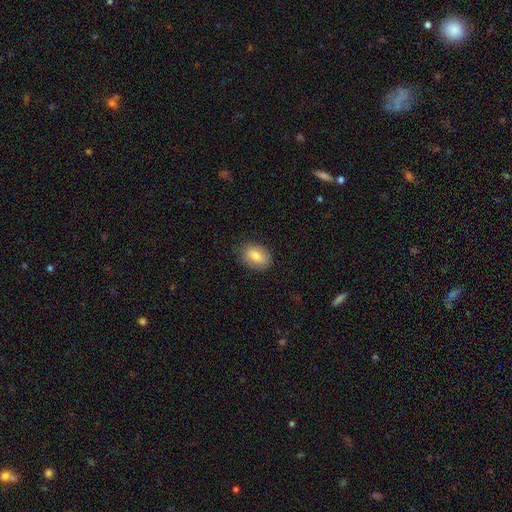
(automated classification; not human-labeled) A smooth galaxy with no disk features (83%) that is in between round and cigar-shaped (82%). Merging: none (85%).